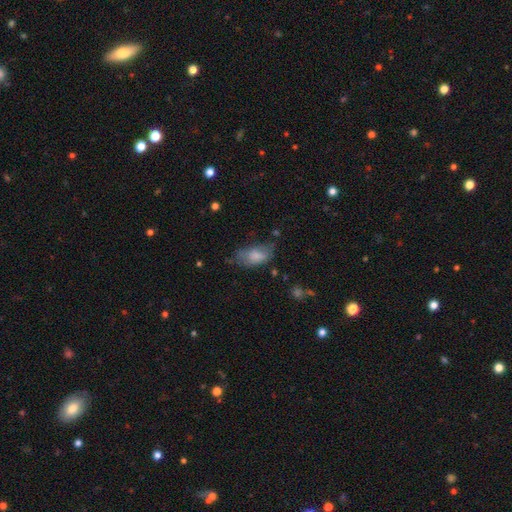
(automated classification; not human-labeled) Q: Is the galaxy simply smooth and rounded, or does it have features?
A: smooth — 74%.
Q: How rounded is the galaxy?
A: in between — 91%.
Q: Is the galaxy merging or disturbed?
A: none — 43%.